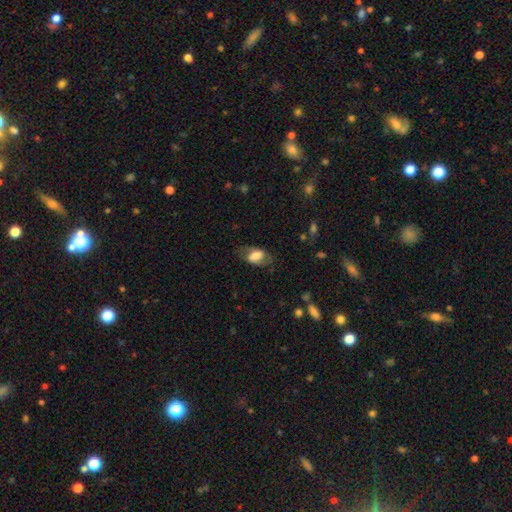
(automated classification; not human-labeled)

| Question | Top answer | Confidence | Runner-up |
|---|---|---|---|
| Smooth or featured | smooth | 55% | featured or disk (38%) |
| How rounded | in between | 89% | round (7%) |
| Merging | none | 68% | minor disturbance (20%) |